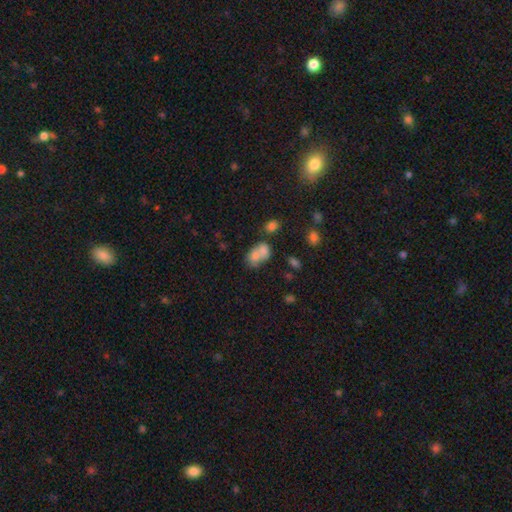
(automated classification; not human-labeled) smooth 72%, featured or disk 17%, star or artifact 11%. Down the decision tree: how rounded — in between (67%); merging — merger (61%).